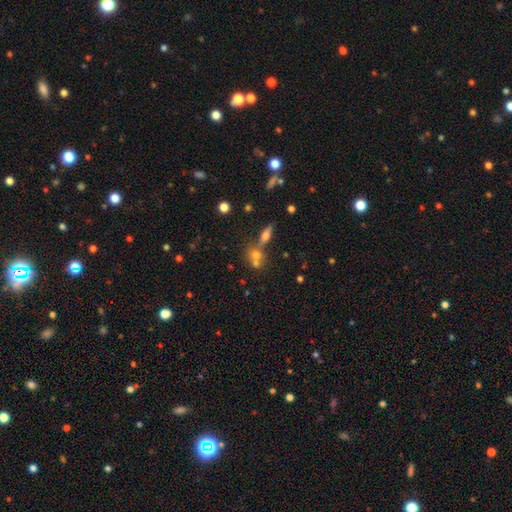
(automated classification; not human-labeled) A smooth galaxy with no disk features (62%) that is round (58%). Merging: merger (51%).